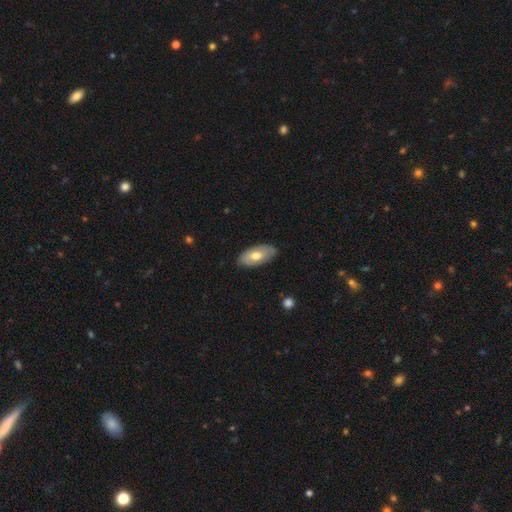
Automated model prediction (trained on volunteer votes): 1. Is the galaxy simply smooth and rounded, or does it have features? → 58% smooth, 37% featured or disk, 5% star or artifact.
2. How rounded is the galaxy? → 93% in between, 5% cigar-shaped, 3% round.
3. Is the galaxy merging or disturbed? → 83% none, 14% minor disturbance, 2% major disturbance, 1% merger.